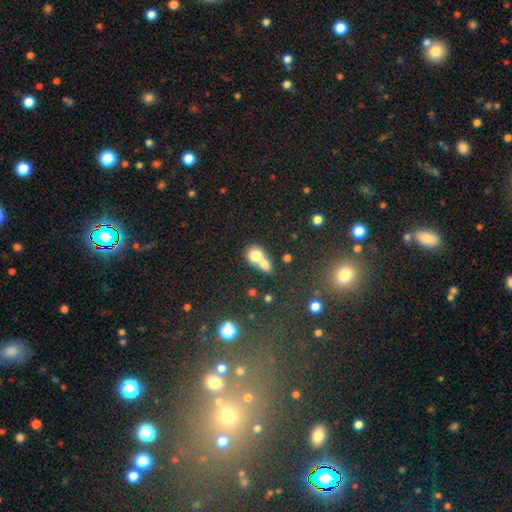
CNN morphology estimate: This is likely a smooth galaxy (74%). How rounded: likely round (71%). Merging: likely merger (70%).